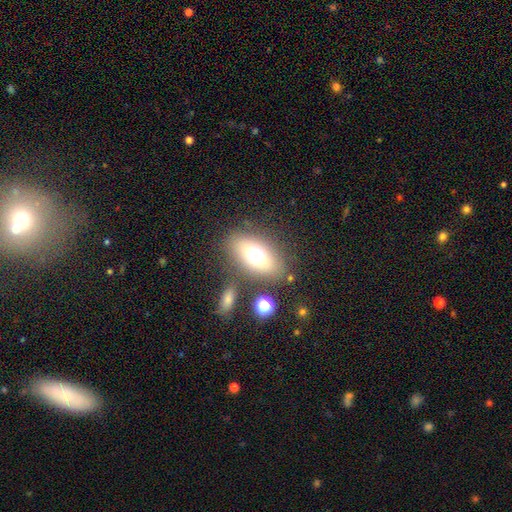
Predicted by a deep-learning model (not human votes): This is likely a smooth galaxy (66%). How rounded: clearly in between (80%). Merging: likely none (77%).